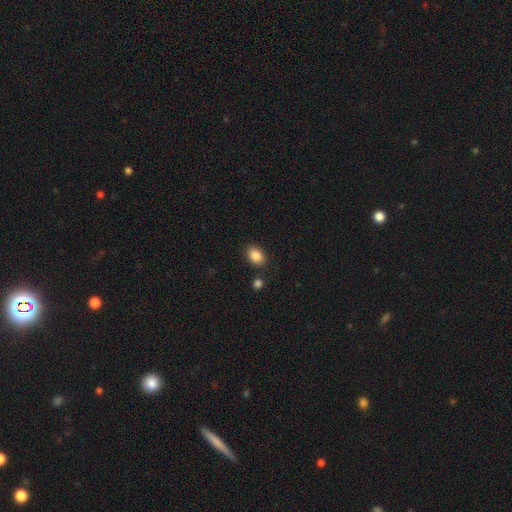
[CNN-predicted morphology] A smooth galaxy with no disk features (86%) that is in between round and cigar-shaped (72%). Merging: none (84%).